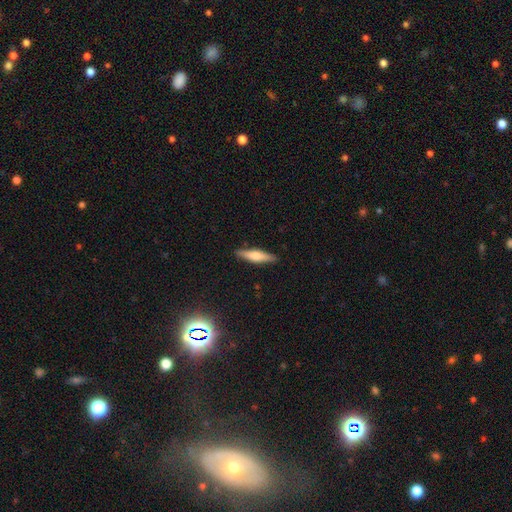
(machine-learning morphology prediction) Overall: smooth (55%; featured or disk 39%). How rounded: cigar-shaped (79%). Merging: none (89%).